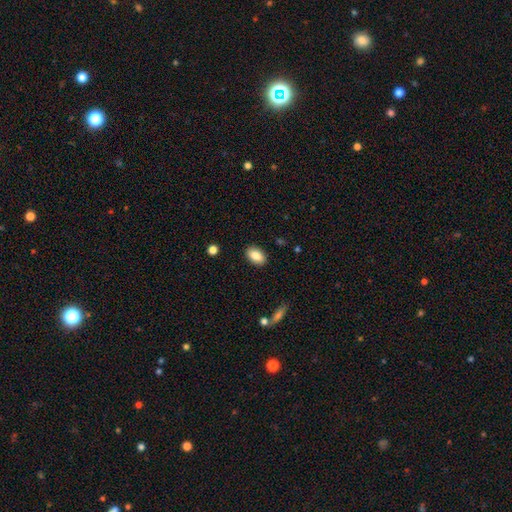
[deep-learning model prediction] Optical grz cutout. It shows a smooth galaxy with no disk features (86%) that is in between round and cigar-shaped (90%). Merging: none (88%).